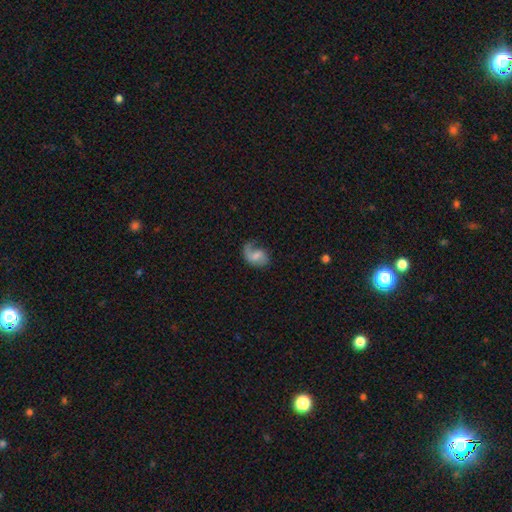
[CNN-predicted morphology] Smooth or featured? Predicted: featured or disk (p=0.59). Edge-on disk? Predicted: no (p=0.98). Bar? Predicted: weak (p=0.45, tied with no). Spiral arms? Predicted: yes (p=0.89). Spiral winding? Predicted: loose (p=0.57). Spiral arm count? Predicted: 1 (p=0.48). Bulge size? Predicted: small (p=0.35). Merging? Predicted: none (p=0.44).